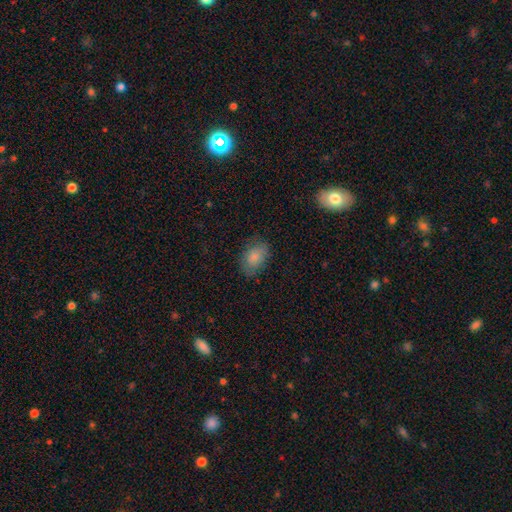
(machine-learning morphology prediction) smooth-or-featured: smooth: 78% | featured or disk: 11% | star or artifact: 11%
  how-rounded: in between: 85% | round: 14% | cigar-shaped: 1%
  merging: none: 78% | minor disturbance: 16% | major disturbance: 4% | merger: 1%